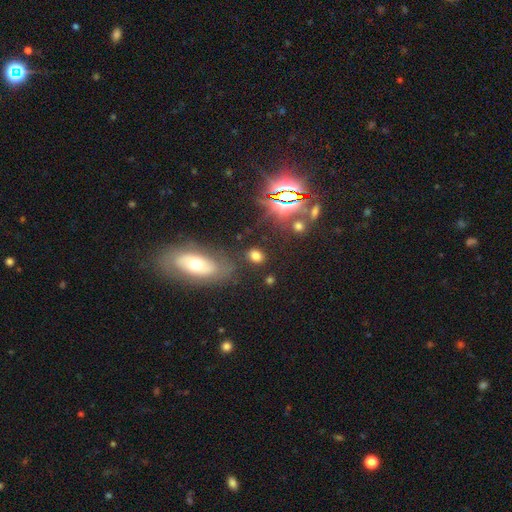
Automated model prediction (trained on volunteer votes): Smooth or featured?
  - smooth: 69% *
  - star or artifact: 22%
  - featured or disk: 9%
How rounded?
  - in between: 63% *
  - round: 35%
  - cigar-shaped: 2%
Merging?
  - none: 79% *
  - minor disturbance: 11%
  - major disturbance: 5%
  - merger: 5%